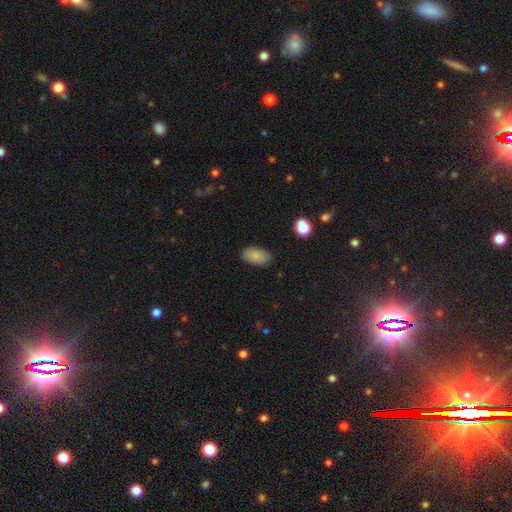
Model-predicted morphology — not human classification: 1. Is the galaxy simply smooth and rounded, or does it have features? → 85% smooth, 8% star or artifact, 7% featured or disk.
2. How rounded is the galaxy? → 93% in between, 5% round, 2% cigar-shaped.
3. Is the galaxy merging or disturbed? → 84% none, 12% minor disturbance, 3% major disturbance, 1% merger.